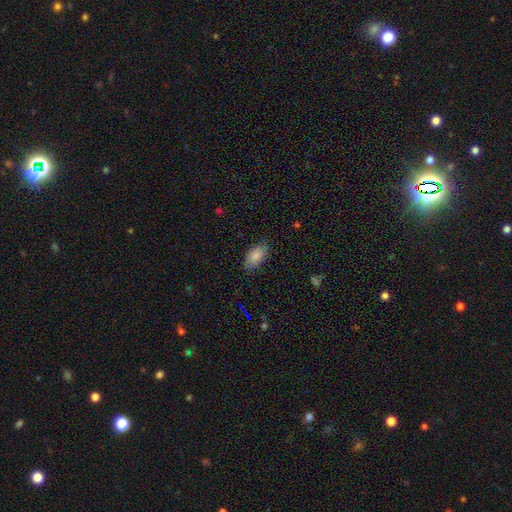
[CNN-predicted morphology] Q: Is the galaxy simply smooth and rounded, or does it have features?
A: smooth — 83%.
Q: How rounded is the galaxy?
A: in between — 92%.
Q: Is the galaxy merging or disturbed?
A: none — 77%.